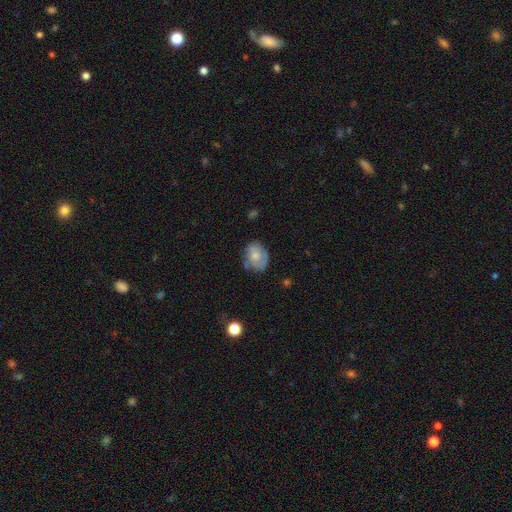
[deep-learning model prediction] smooth-or-featured: smooth: 56% | featured or disk: 37% | star or artifact: 8%
  how-rounded: in between: 59% | round: 40% | cigar-shaped: 1%
  merging: none: 61% | minor disturbance: 27% | major disturbance: 9% | merger: 3%